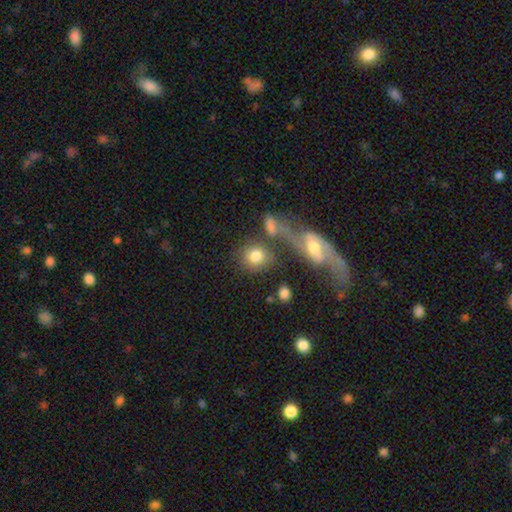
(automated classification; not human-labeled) A smooth galaxy with no disk features (74%) that is round (69%).

Vote fractions:
- Smooth or featured? smooth: 74% / featured or disk: 15% / star or artifact: 10%
- How rounded? round: 69% / in between: 28% / cigar-shaped: 3%
- Merging? none: 51% / merger: 28% / minor disturbance: 12% / major disturbance: 9%